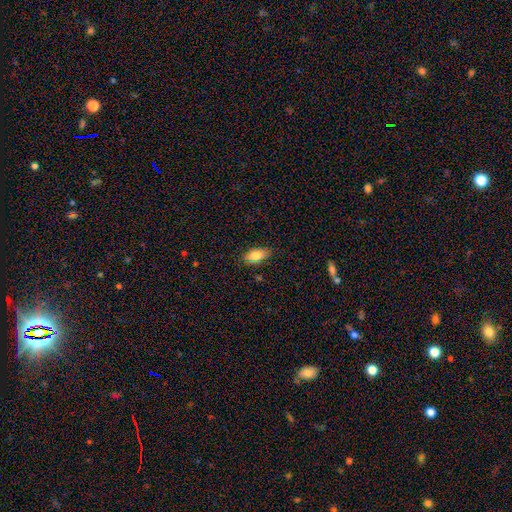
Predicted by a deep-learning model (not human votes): Smooth or featured? Predicted: smooth (p=0.78). How rounded? Predicted: in between (p=0.87). Merging? Predicted: none (p=0.82).